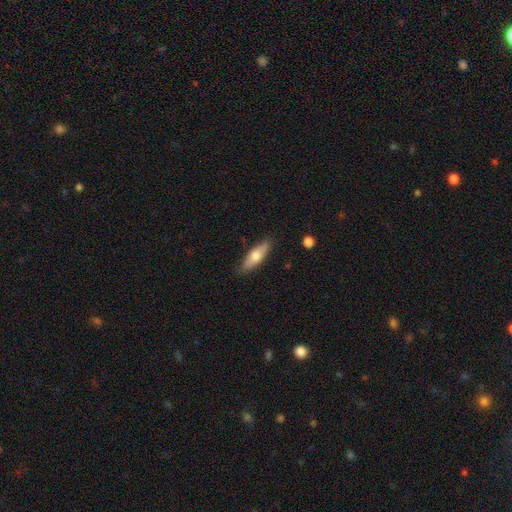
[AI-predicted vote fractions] Q: Smooth or featured?
A: smooth (64%); runner-up: featured or disk (30%)
Q: How rounded?
A: in between (53%); runner-up: cigar-shaped (45%)
Q: Merging?
A: none (85%); runner-up: minor disturbance (12%)